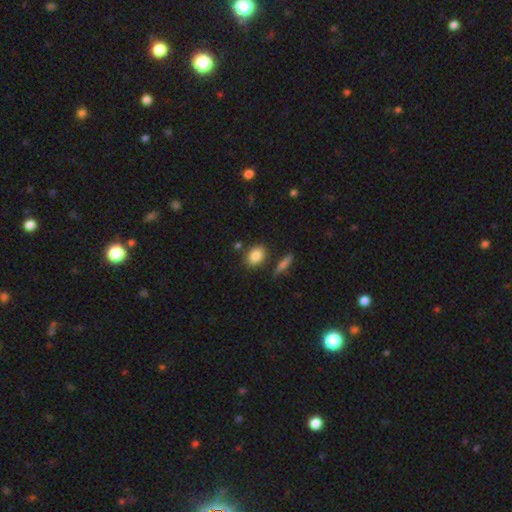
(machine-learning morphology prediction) type=smooth (85%); roundness=in between (71%); merging=none (79%).